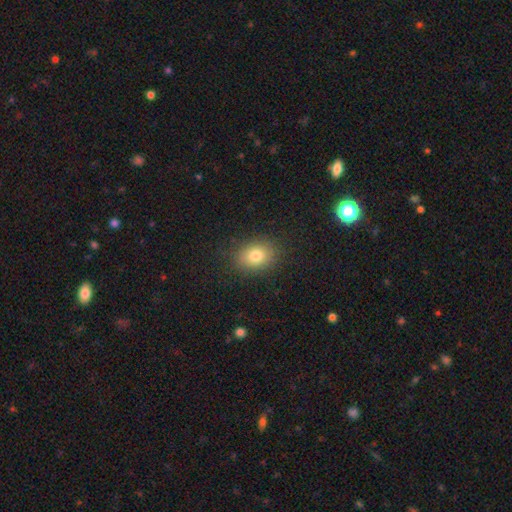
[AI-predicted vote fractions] Smooth or featured?
  - smooth: 80% *
  - star or artifact: 11%
  - featured or disk: 9%
How rounded?
  - in between: 63% *
  - round: 36%
  - cigar-shaped: 1%
Merging?
  - none: 86% *
  - minor disturbance: 10%
  - major disturbance: 3%
  - merger: 1%